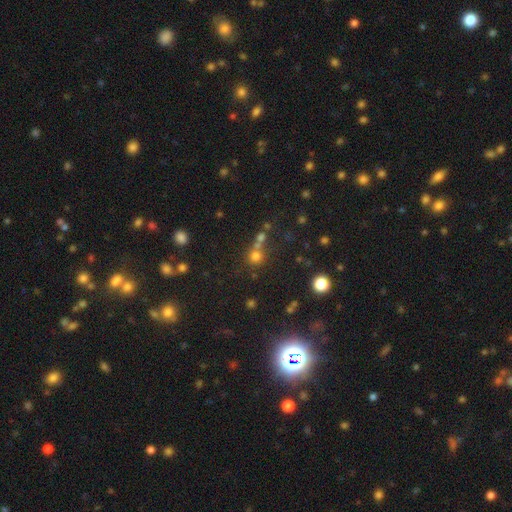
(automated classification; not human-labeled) Smooth or featured? Predicted: smooth (p=0.69). How rounded? Predicted: round (p=0.91). Merging? Predicted: none (p=0.59).